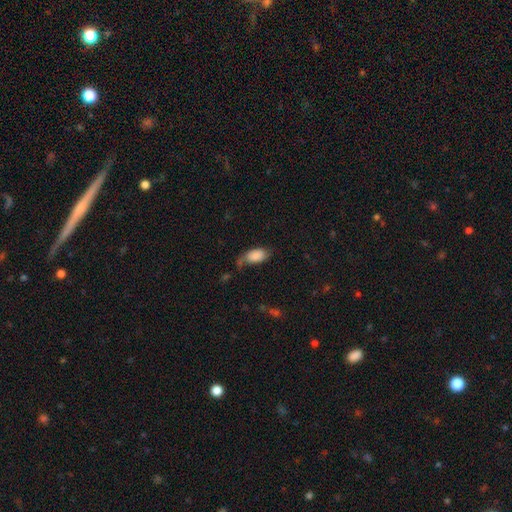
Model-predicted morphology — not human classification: smooth 82%, featured or disk 11%, star or artifact 7%. Down the decision tree: how rounded — in between (93%); merging — none (44%).